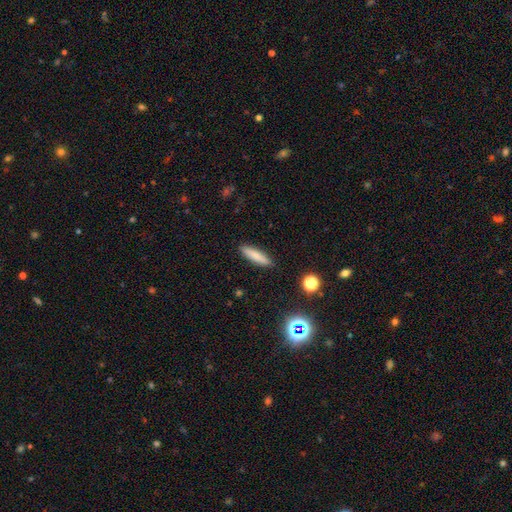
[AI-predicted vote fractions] A smooth galaxy with no disk features (80%) that is cigar-shaped (78%).

Vote fractions:
- Smooth or featured? smooth: 80% / featured or disk: 12% / star or artifact: 8%
- How rounded? cigar-shaped: 78% / in between: 20% / round: 2%
- Merging? none: 89% / minor disturbance: 8% / major disturbance: 2% / merger: 1%